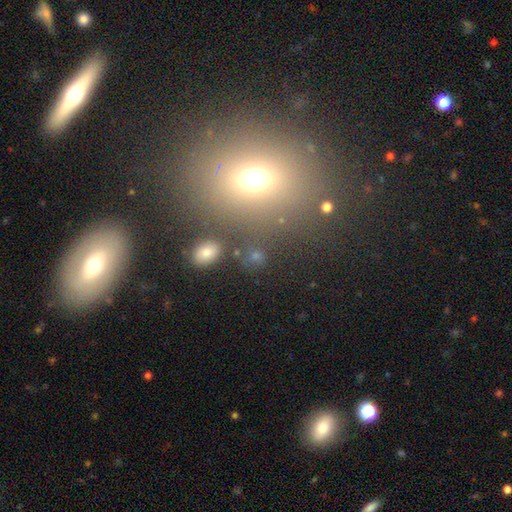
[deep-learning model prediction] This is possibly a smooth galaxy (58%). How rounded: possibly round (52%). Merging: likely none (73%).